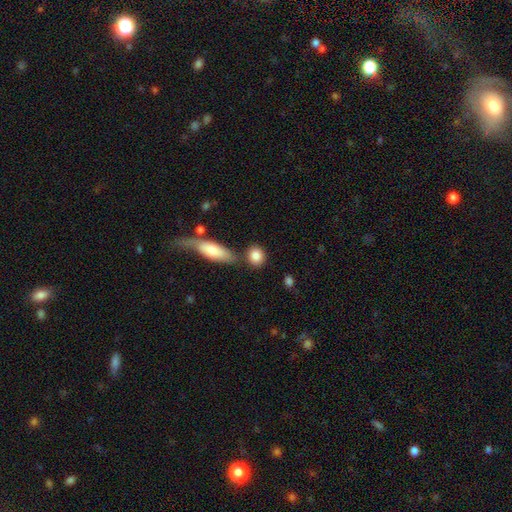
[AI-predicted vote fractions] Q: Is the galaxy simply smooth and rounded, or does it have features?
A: smooth — 84%.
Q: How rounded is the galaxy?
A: round — 63%.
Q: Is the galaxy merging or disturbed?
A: none — 71%.